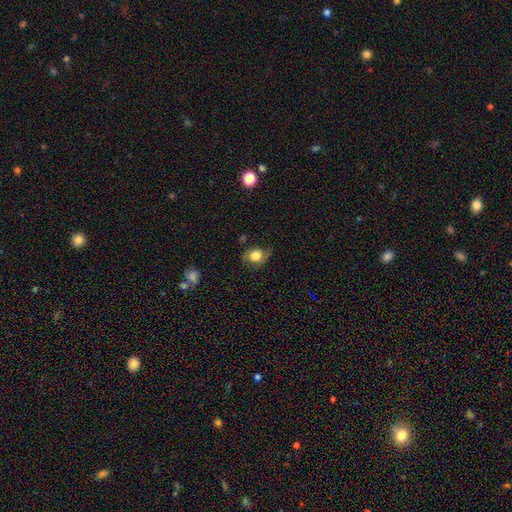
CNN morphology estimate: smooth_or_featured: smooth (p=0.67) [alt: featured or disk p=0.23]
how_rounded: round (p=0.51) [alt: in between p=0.47]
merging: none (p=0.68) [alt: minor disturbance p=0.22]